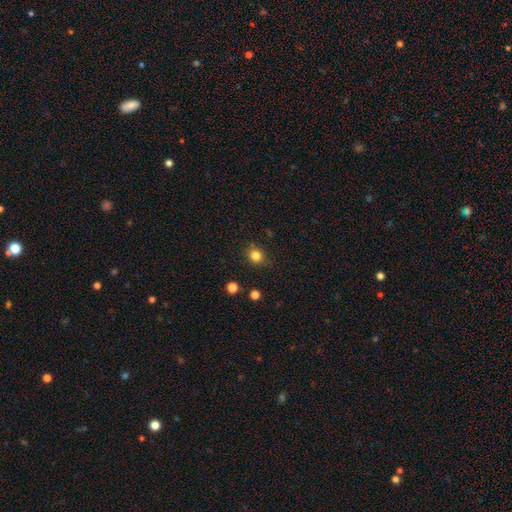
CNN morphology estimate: Smooth or featured?
  - smooth: 82% *
  - star or artifact: 13%
  - featured or disk: 5%
How rounded?
  - round: 75% *
  - in between: 24%
  - cigar-shaped: 1%
Merging?
  - none: 83% *
  - minor disturbance: 12%
  - major disturbance: 3%
  - merger: 2%